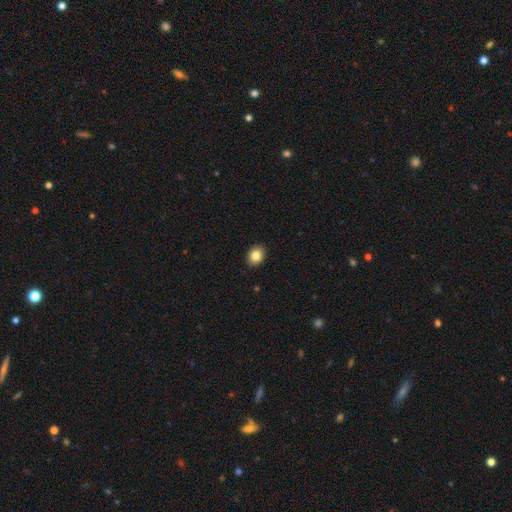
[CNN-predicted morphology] smooth-or-featured: smooth: 83% | star or artifact: 9% | featured or disk: 8%
  how-rounded: in between: 61% | round: 38% | cigar-shaped: 1%
  merging: none: 91% | minor disturbance: 7% | major disturbance: 2% | merger: 1%